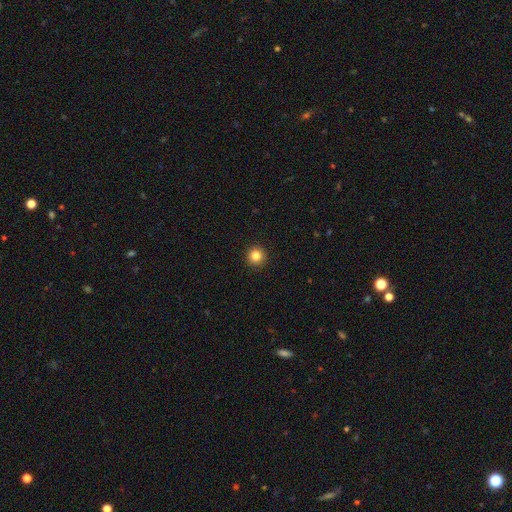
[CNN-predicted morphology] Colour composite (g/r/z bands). It shows a smooth galaxy with no disk features (84%) that is round (96%). Merging: none (94%).